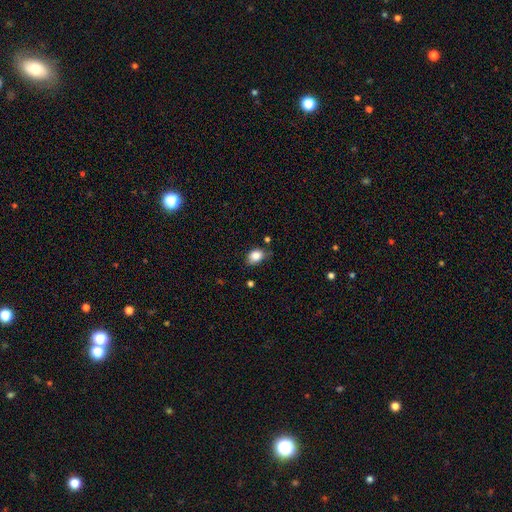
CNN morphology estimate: This appears to be a smooth galaxy with no disk features (85%) that is in between round and cigar-shaped (76%). Merging: none (66%).